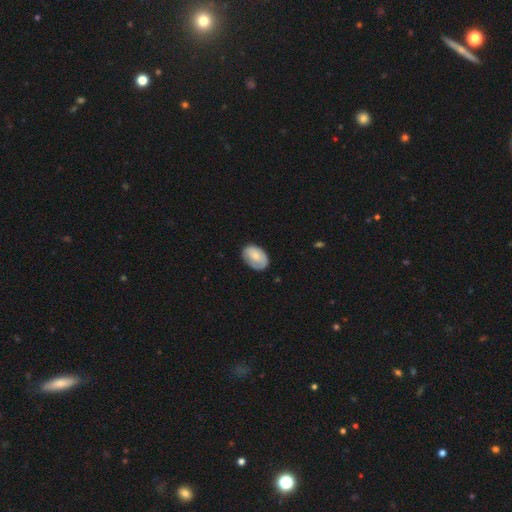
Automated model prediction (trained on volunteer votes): This appears to be a smooth galaxy with no disk features (71%) that is in between round and cigar-shaped (84%). Merging: none (69%).